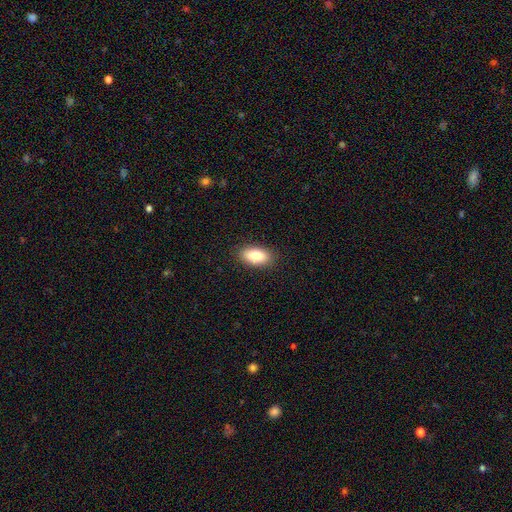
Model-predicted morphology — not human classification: A smooth galaxy with no disk features (86%) that is in between round and cigar-shaped (92%).

Vote fractions:
- Smooth or featured? smooth: 86% / star or artifact: 7% / featured or disk: 7%
- How rounded? in between: 92% / cigar-shaped: 4% / round: 4%
- Merging? none: 89% / minor disturbance: 8% / major disturbance: 2% / merger: 1%